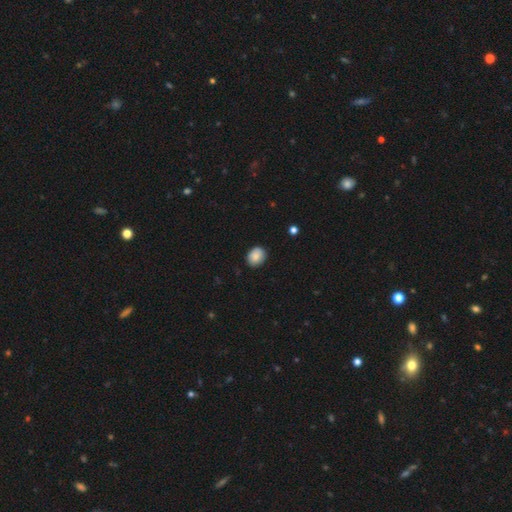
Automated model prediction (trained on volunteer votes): Morphology: type=smooth (85%); roundness=in between (54%); merging=none (85%).